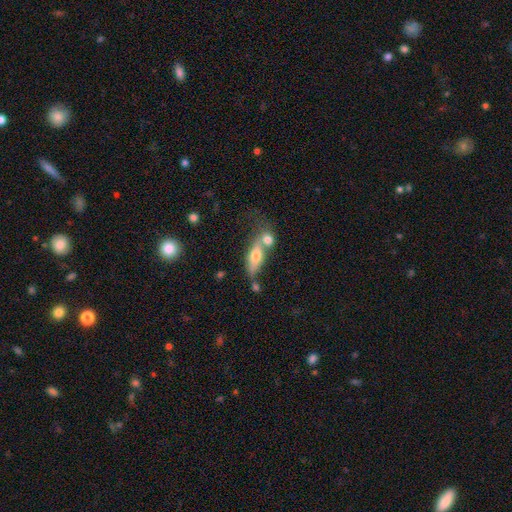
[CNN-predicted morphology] smooth_or_featured: smooth (p=0.61) [alt: featured or disk p=0.31]
how_rounded: in between (p=0.65) [alt: cigar-shaped p=0.28]
merging: merger (p=0.50) [alt: none p=0.31]